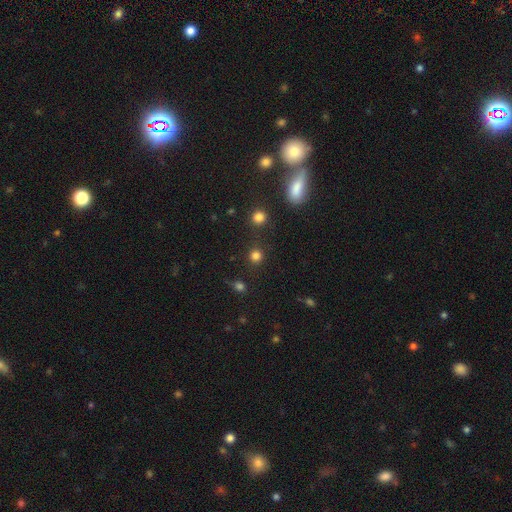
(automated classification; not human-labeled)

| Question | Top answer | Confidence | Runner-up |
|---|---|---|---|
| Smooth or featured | smooth | 80% | star or artifact (16%) |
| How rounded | round | 92% | in between (7%) |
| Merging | none | 86% | minor disturbance (7%) |